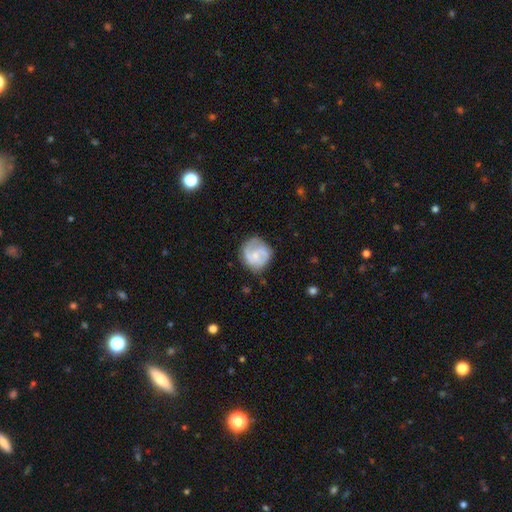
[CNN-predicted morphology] smooth_or_featured: featured or disk (p=0.58) [alt: smooth p=0.35]
disk_edge_on: no (p=0.98) [alt: yes p=0.02]
bar: no (p=0.60) [alt: weak p=0.34]
has_spiral_arms: yes (p=0.78) [alt: no p=0.22]
bulge_size: small (p=0.58) [alt: moderate p=0.31]
merging: none (p=0.62) [alt: minor disturbance p=0.24]